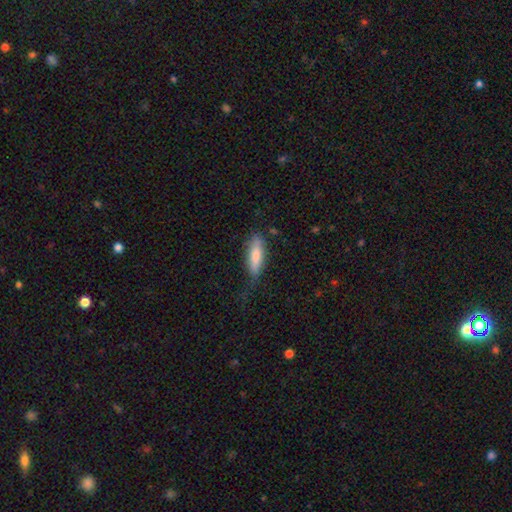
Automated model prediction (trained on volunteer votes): Overall: smooth (73%). How rounded: cigar-shaped (54%; in between 44%). Merging: none (64%; minor disturbance 26%).